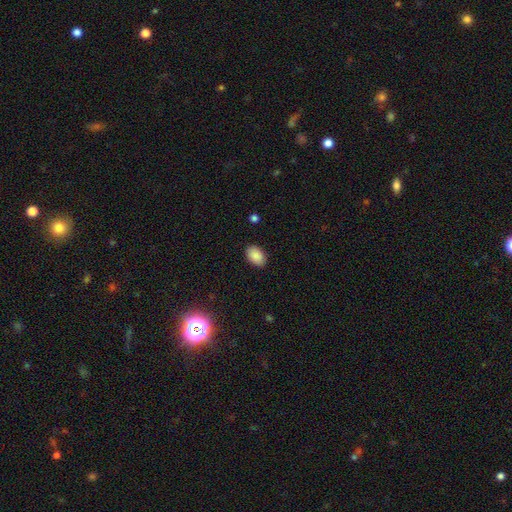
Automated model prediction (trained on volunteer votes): This is clearly a smooth galaxy (88%). How rounded: clearly in between (88%). Merging: clearly none (88%).